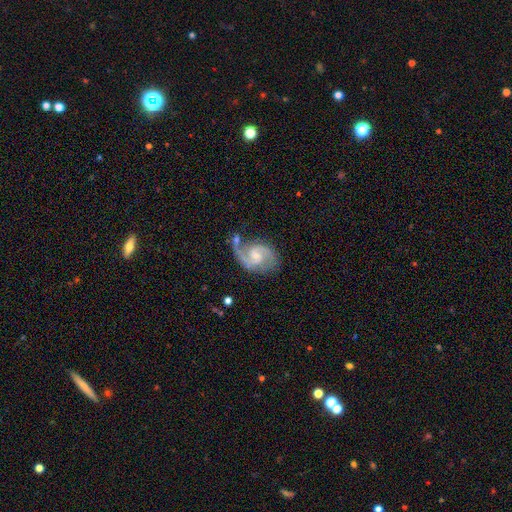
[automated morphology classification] Q: Smooth or featured?
A: featured or disk (90%); runner-up: smooth (5%)
Q: Edge-on disk?
A: no (98%); runner-up: yes (2%)
Q: Bar?
A: weak (49%); runner-up: no (42%)
Q: Spiral arms?
A: yes (98%); runner-up: no (2%)
Q: Spiral winding?
A: medium (58%); runner-up: loose (21%)
Q: Spiral arm count?
A: 2 (90%); runner-up: 1 (4%)
Q: Bulge size?
A: small (52%); runner-up: moderate (36%)
Q: Merging?
A: none (59%); runner-up: minor disturbance (21%)